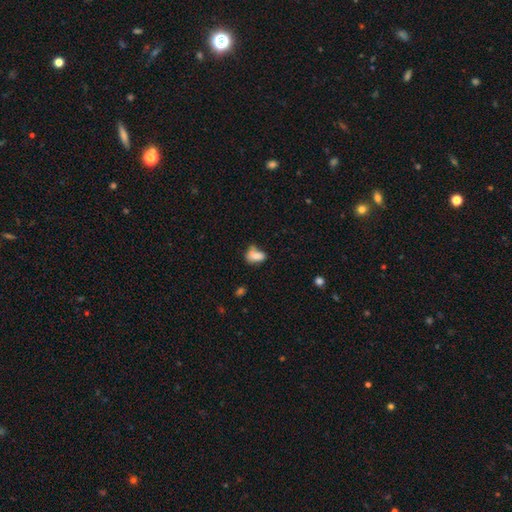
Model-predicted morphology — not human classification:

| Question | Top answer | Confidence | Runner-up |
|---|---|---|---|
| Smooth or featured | smooth | 80% | featured or disk (11%) |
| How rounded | in between | 84% | round (13%) |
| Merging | none | 40% | minor disturbance (27%) |